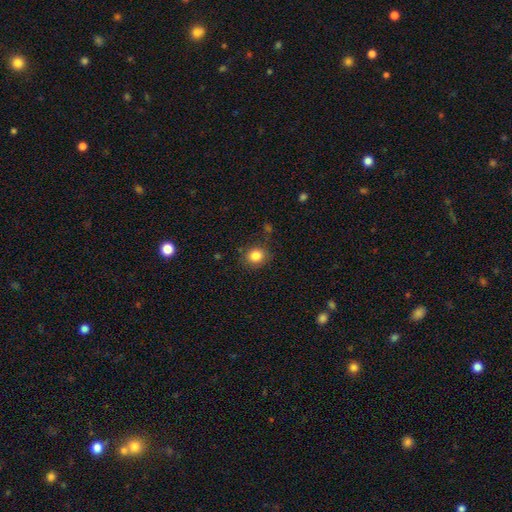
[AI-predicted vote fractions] smooth-or-featured: smooth: 84% | star or artifact: 10% | featured or disk: 6%
  how-rounded: round: 75% | in between: 25% | cigar-shaped: 1%
  merging: none: 83% | minor disturbance: 11% | major disturbance: 3% | merger: 2%